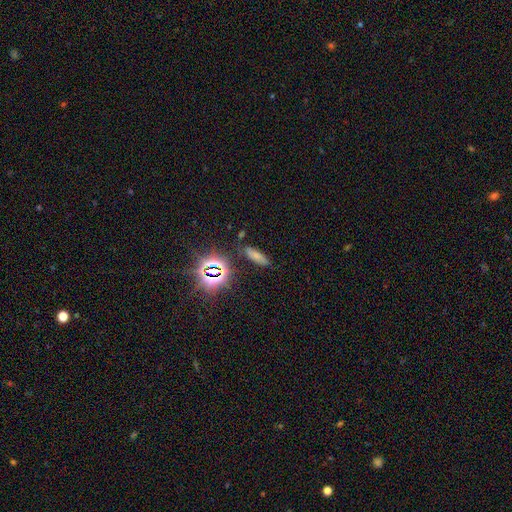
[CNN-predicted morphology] Smooth or featured? smooth (62%)
How rounded? in between (56%)
Merging? none (77%)